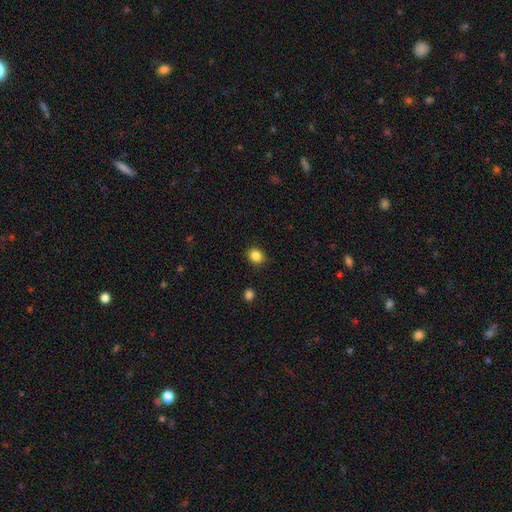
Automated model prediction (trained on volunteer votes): smooth_or_featured: smooth (p=0.85) [alt: star or artifact p=0.11]
how_rounded: round (p=0.71) [alt: in between p=0.28]
merging: none (p=0.86) [alt: minor disturbance p=0.10]